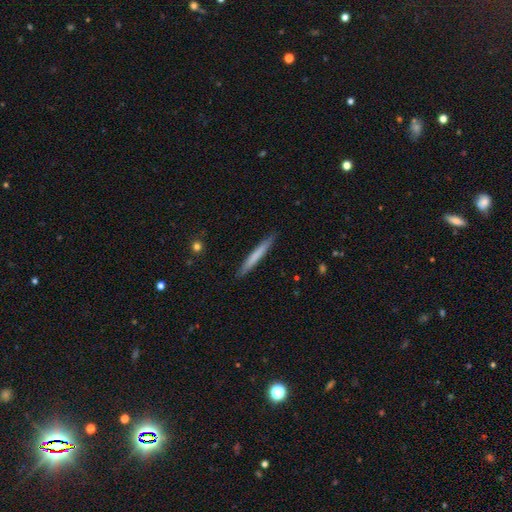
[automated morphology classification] Smooth or featured? smooth (67%)
How rounded? cigar-shaped (97%)
Merging? none (90%)